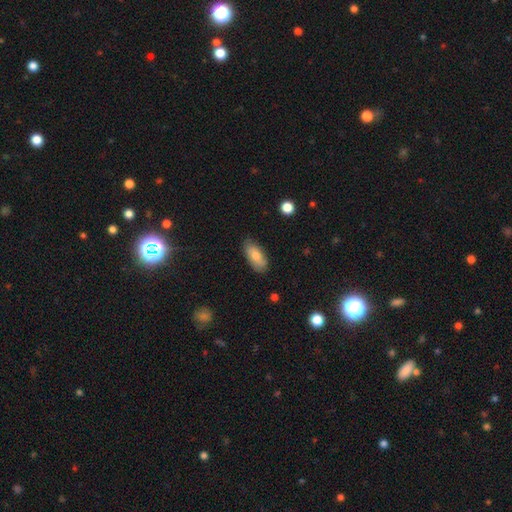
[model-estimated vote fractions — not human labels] A smooth galaxy with no disk features (79%) that is in between round and cigar-shaped (86%).

Vote fractions:
- Smooth or featured? smooth: 79% / featured or disk: 15% / star or artifact: 6%
- How rounded? in between: 86% / cigar-shaped: 12% / round: 2%
- Merging? none: 80% / minor disturbance: 16% / major disturbance: 3% / merger: 1%